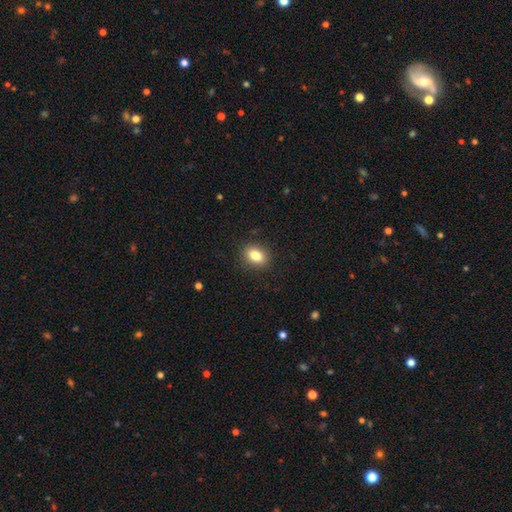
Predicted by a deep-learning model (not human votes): Smooth or featured: smooth — 84% (star or artifact — 9%)
How rounded: in between — 72% (round — 27%)
Merging: none — 88% (minor disturbance — 8%)